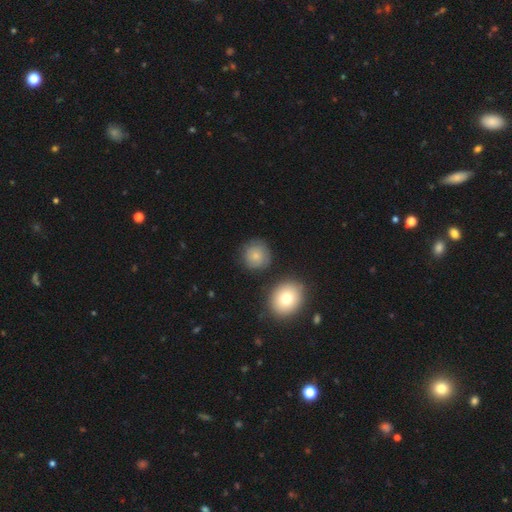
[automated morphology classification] smooth_or_featured: smooth (p=0.77) [alt: featured or disk p=0.13]
how_rounded: round (p=0.89) [alt: in between p=0.10]
merging: none (p=0.79) [alt: minor disturbance p=0.13]